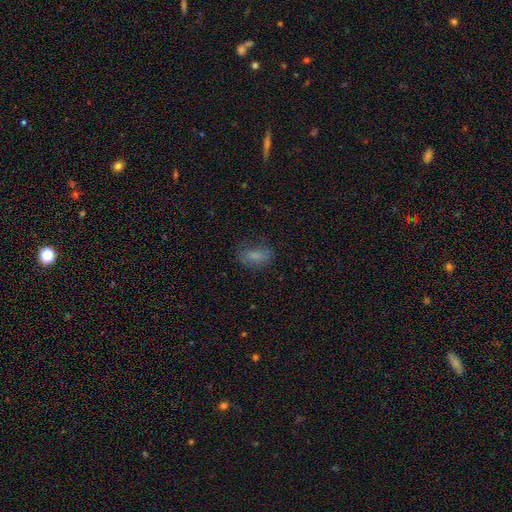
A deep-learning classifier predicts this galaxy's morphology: Smooth or featured: smooth — 77% (featured or disk — 12%)
How rounded: in between — 82% (cigar-shaped — 11%)
Merging: none — 69% (minor disturbance — 20%)